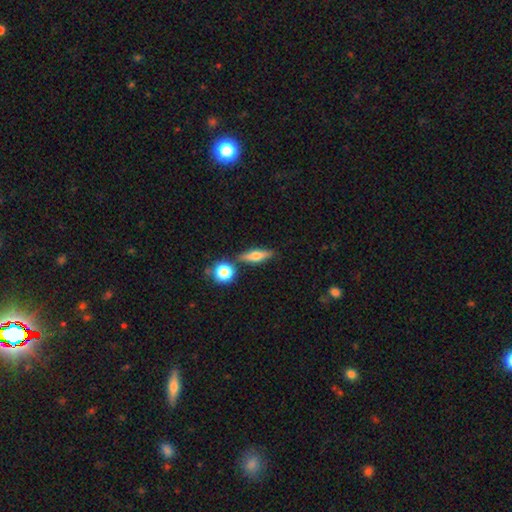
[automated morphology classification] smooth 53%, featured or disk 38%, star or artifact 9%. Down the decision tree: how rounded — cigar-shaped (51%); merging — none (77%).